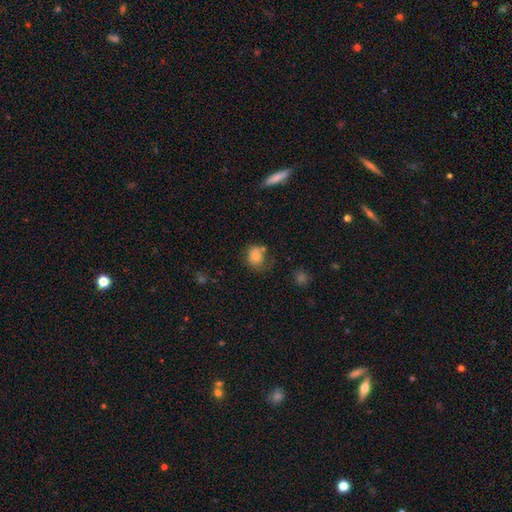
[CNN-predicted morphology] smooth_or_featured: smooth (p=0.77) [alt: featured or disk p=0.12]
how_rounded: round (p=0.70) [alt: in between p=0.29]
merging: none (p=0.51) [alt: minor disturbance p=0.25]